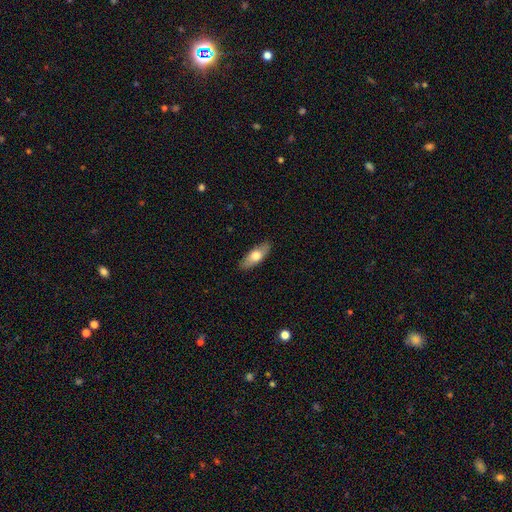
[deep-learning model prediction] Smooth or featured? smooth (67%)
How rounded? in between (74%)
Merging? none (87%)